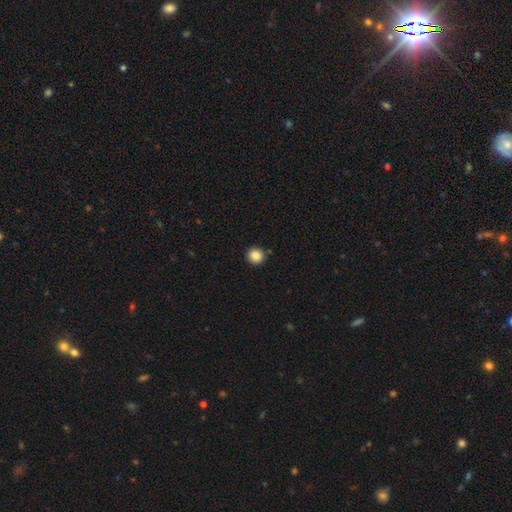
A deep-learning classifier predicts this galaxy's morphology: A smooth galaxy with no disk features (86%) that is round (91%). Merging: none (89%).